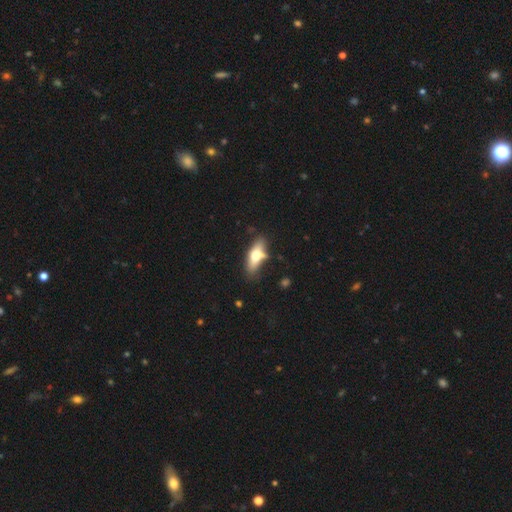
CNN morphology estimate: Smooth or featured: smooth — 57% (featured or disk — 36%)
How rounded: in between — 63% (cigar-shaped — 33%)
Merging: none — 58% (minor disturbance — 23%)